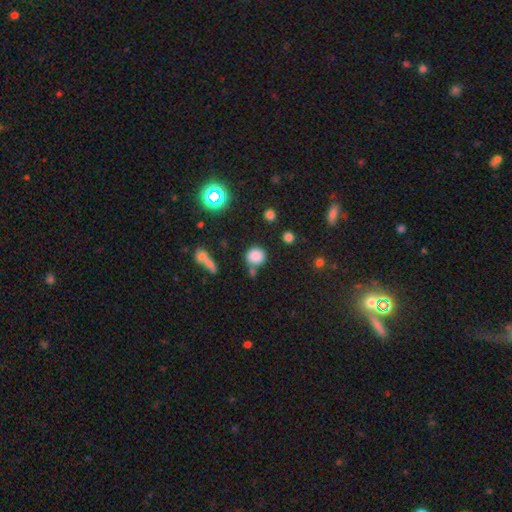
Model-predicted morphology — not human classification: This appears to be a smooth galaxy with no disk features (81%) that is round (86%). Merging: none (68%).